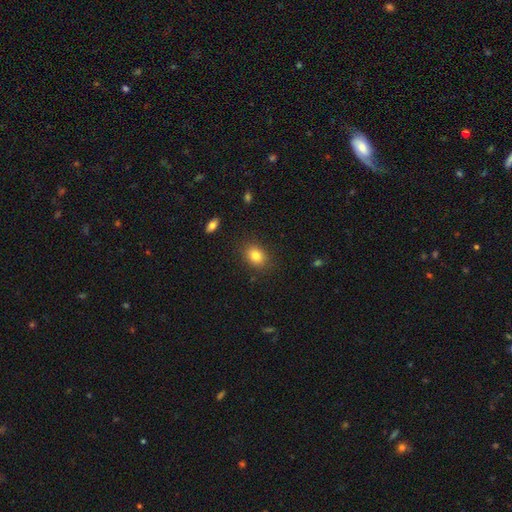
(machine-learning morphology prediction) Smooth or featured: smooth — 82% (star or artifact — 10%)
How rounded: in between — 56% (round — 42%)
Merging: none — 86% (minor disturbance — 10%)